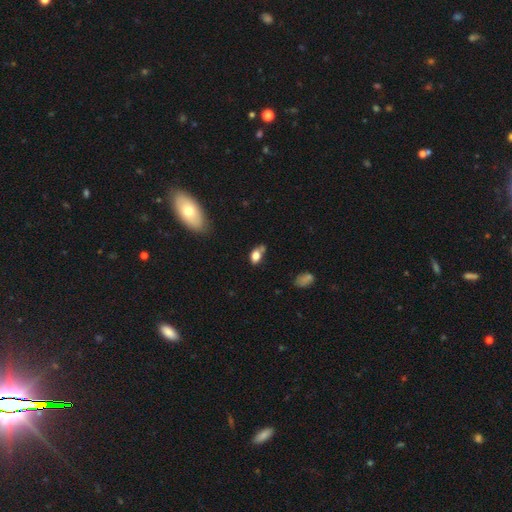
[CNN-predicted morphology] Smooth or featured: smooth — 79% (featured or disk — 12%)
How rounded: in between — 83% (round — 14%)
Merging: none — 46% (minor disturbance — 28%)